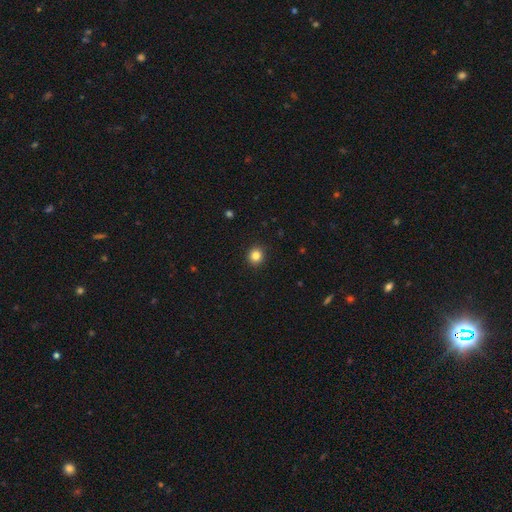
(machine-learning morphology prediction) A smooth galaxy with no disk features (84%) that is round (90%).

Vote fractions:
- Smooth or featured? smooth: 84% / star or artifact: 12% / featured or disk: 4%
- How rounded? round: 90% / in between: 9% / cigar-shaped: 1%
- Merging? none: 92% / minor disturbance: 5% / major disturbance: 2% / merger: 1%